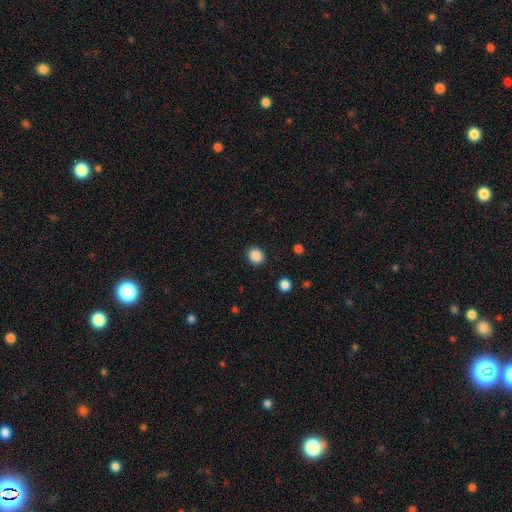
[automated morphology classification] Overall: smooth (88%). How rounded: round (75%). Merging: none (90%).